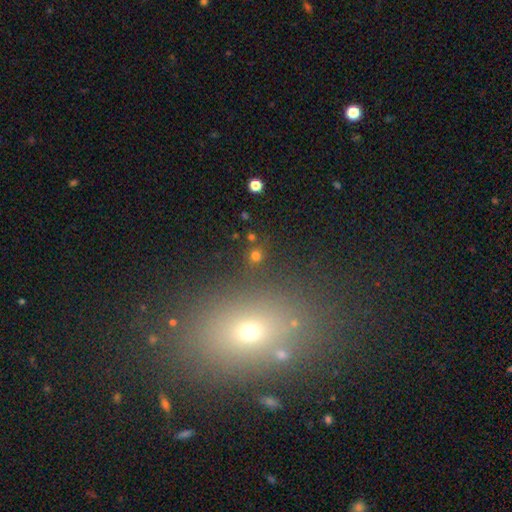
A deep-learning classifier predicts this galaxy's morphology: Smooth or featured? smooth (70%)
How rounded? round (90%)
Merging? none (82%)